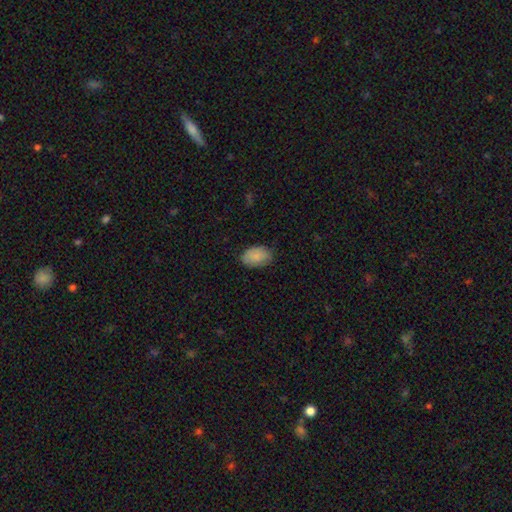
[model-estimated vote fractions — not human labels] Smooth or featured? Predicted: smooth (p=0.87). How rounded? Predicted: in between (p=0.89). Merging? Predicted: none (p=0.79).